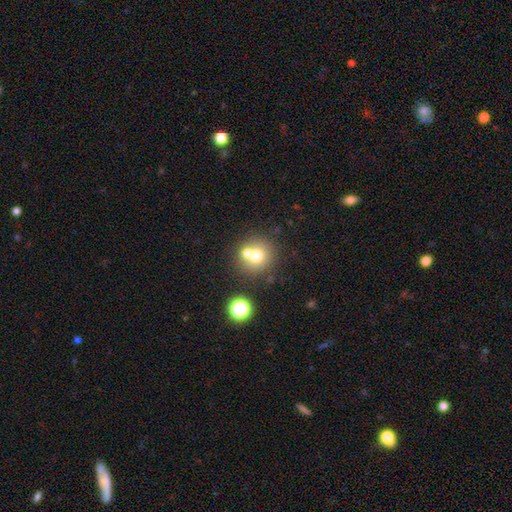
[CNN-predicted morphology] smooth 68%, featured or disk 17%, star or artifact 15%. Down the decision tree: how rounded — round (91%); merging — none (57%).